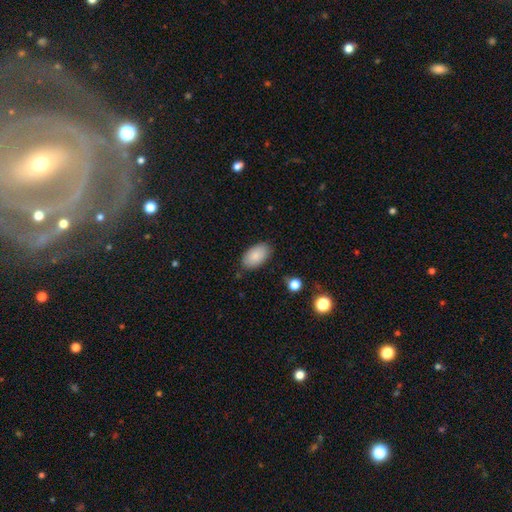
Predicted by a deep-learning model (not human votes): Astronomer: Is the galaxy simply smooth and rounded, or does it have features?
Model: smooth — 86%.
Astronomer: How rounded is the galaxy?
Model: in between — 94%.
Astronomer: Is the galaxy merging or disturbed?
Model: none — 83%.